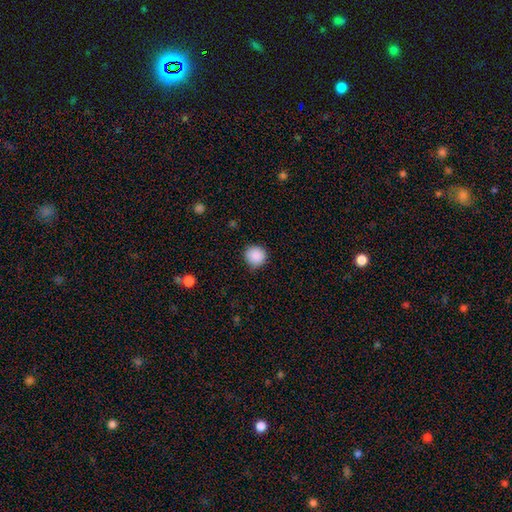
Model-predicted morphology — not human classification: Smooth or featured? smooth (89%)
How rounded? round (94%)
Merging? none (87%)